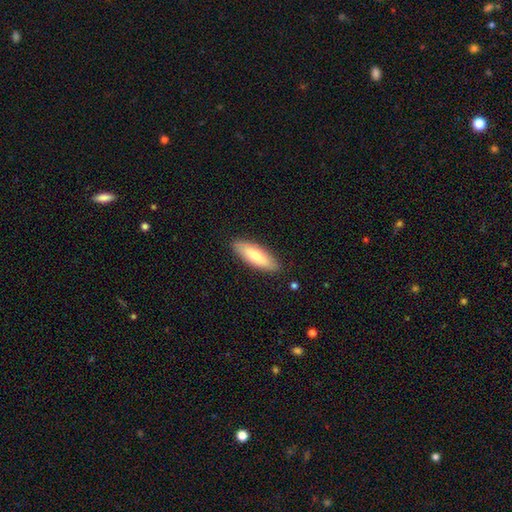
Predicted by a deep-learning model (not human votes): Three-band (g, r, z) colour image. It shows a smooth galaxy with no disk features (72%) that is in between round and cigar-shaped (57%). Merging: none (87%).